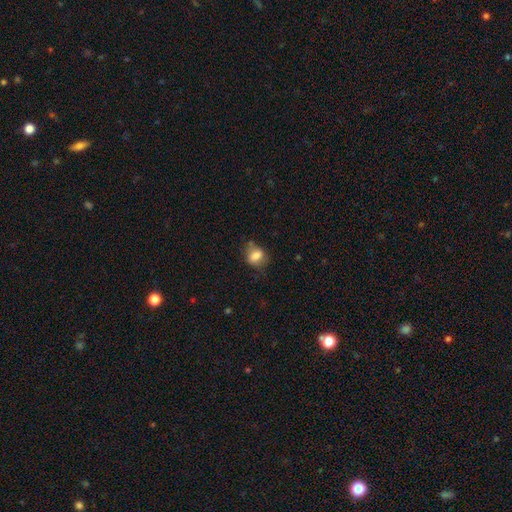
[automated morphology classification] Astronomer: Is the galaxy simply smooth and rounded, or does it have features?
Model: smooth — 76%.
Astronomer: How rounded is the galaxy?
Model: in between — 61% (runner-up: round, 37%).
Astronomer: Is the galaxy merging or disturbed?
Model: none — 60%.